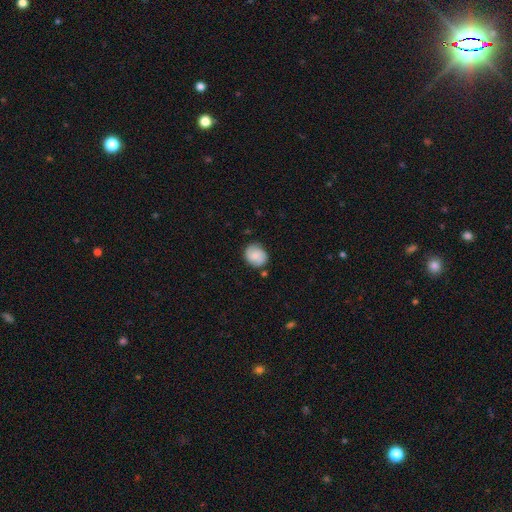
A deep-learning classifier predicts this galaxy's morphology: Q: Smooth or featured?
A: smooth (63%); runner-up: featured or disk (29%)
Q: How rounded?
A: round (73%); runner-up: in between (26%)
Q: Merging?
A: none (74%); runner-up: minor disturbance (17%)